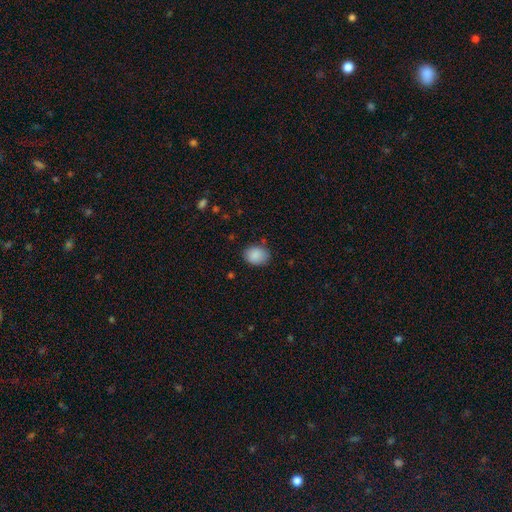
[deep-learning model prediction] The model was most divided on "how rounded": in between: 55%, round: 44%, cigar-shaped: 1%. More confident: smooth or featured — smooth (89%); merging — none (80%).